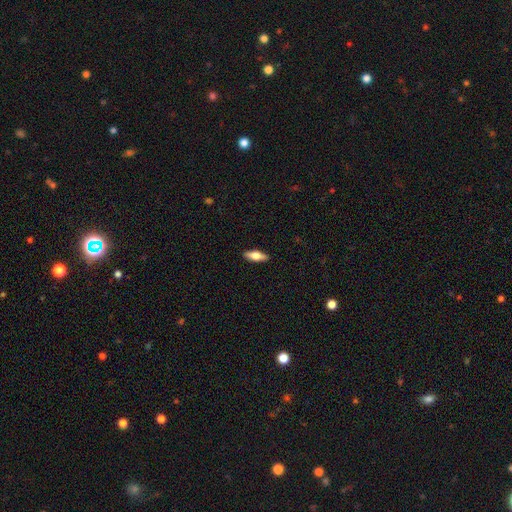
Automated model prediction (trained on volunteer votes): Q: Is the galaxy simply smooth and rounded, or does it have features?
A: smooth — 64%.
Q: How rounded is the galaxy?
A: in between — 66%.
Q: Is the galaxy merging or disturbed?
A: none — 90%.